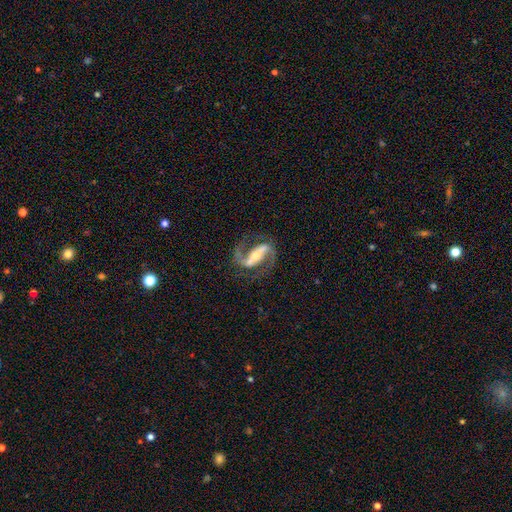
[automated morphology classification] Smooth or featured? featured or disk (90%)
Edge-on disk? no (95%)
Bar? strong (69%)
Spiral arms? yes (97%)
Spiral winding? medium (56%)
Spiral arm count? 2 (93%)
Bulge size? moderate (50%)
Merging? none (79%)